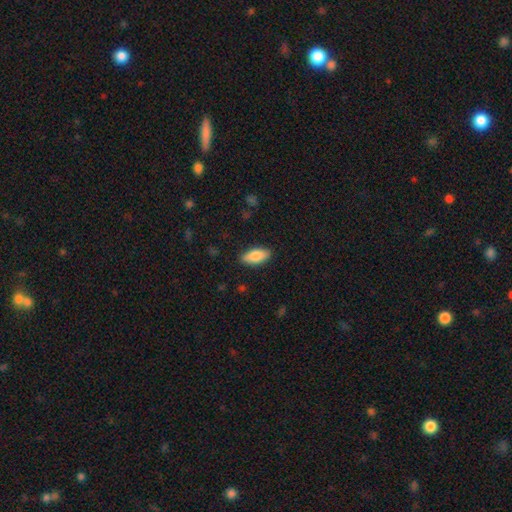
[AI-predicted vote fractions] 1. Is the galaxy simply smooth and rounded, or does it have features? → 81% smooth, 13% featured or disk, 6% star or artifact.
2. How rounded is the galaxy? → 86% in between, 11% cigar-shaped, 3% round.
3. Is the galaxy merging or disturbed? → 87% none, 10% minor disturbance, 2% major disturbance, 1% merger.